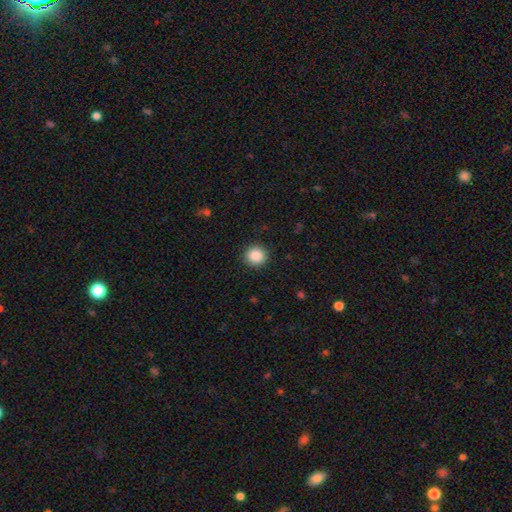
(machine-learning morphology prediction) Smooth or featured?
  - smooth: 88% *
  - star or artifact: 9%
  - featured or disk: 3%
How rounded?
  - round: 94% *
  - in between: 5%
  - cigar-shaped: 1%
Merging?
  - none: 92% *
  - minor disturbance: 5%
  - major disturbance: 2%
  - merger: 1%